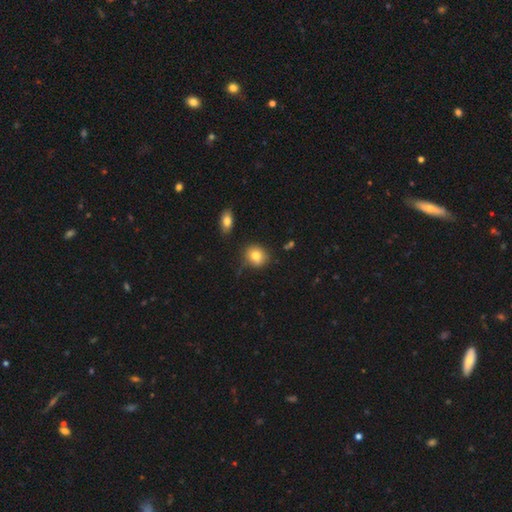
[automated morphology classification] smooth 80%, star or artifact 10%, featured or disk 10%. Down the decision tree: how rounded — round (73%); merging — none (72%).